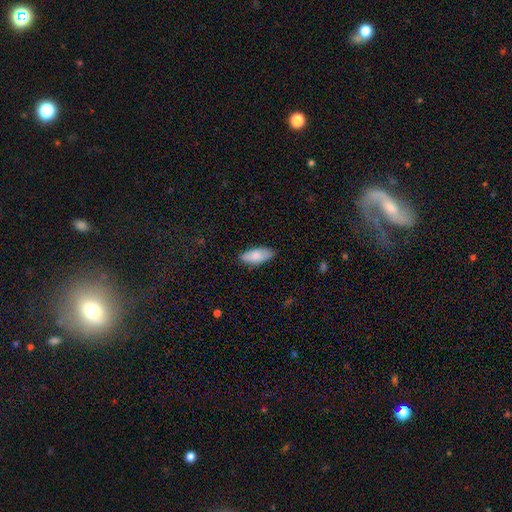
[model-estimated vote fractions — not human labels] A smooth galaxy with no disk features (82%) that is in between round and cigar-shaped (83%). Merging: none (84%).